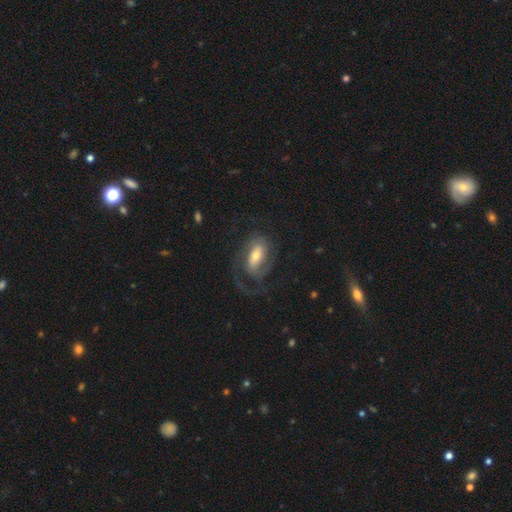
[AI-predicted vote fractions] Smooth or featured? Predicted: featured or disk (p=0.78). Edge-on disk? Predicted: no (p=0.95). Bar? Predicted: weak (p=0.41). Spiral arms? Predicted: yes (p=0.93). Spiral winding? Predicted: medium (p=0.48). Spiral arm count? Predicted: 2 (p=0.57). Bulge size? Predicted: moderate (p=0.52). Merging? Predicted: none (p=0.56).